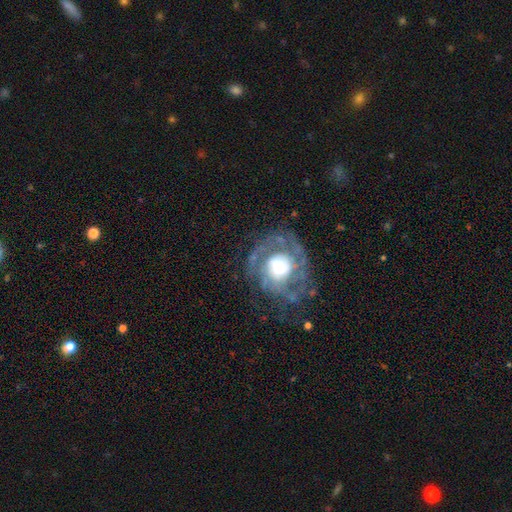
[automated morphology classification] type=featured or disk (76%); edge-on=no (97%); bar=no (80%); spiral arms=yes (78%); winding=tight (60%); arm count=2 (35%); bulge=large (49%); merging=none (68%).